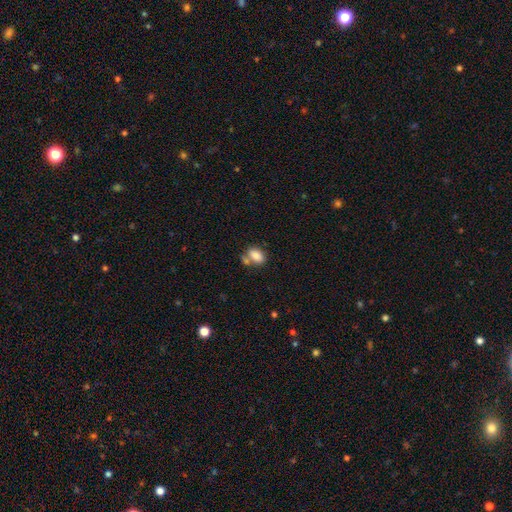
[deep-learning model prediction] Smooth or featured? smooth (84%)
How rounded? in between (85%)
Merging? none (49%)